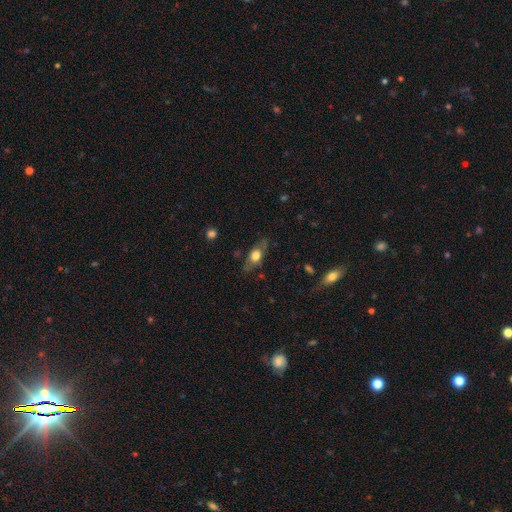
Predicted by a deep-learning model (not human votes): Morphology: type=smooth (57%); roundness=in between (72%); merging=none (74%).